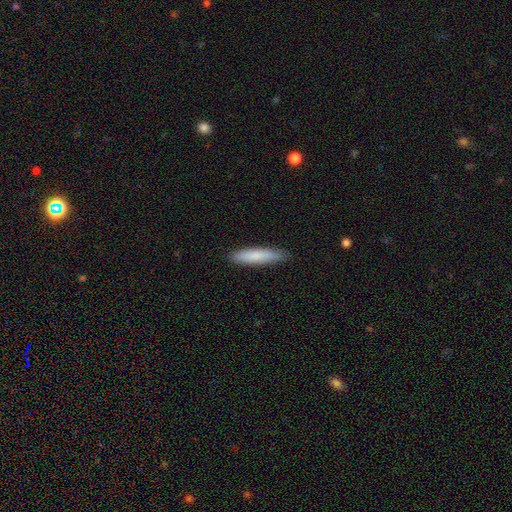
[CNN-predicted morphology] type=smooth (80%); roundness=cigar-shaped (87%); merging=none (88%).